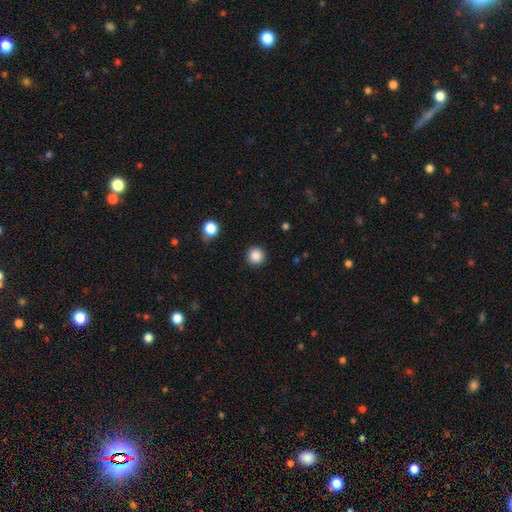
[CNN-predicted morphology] Smooth or featured: smooth — 87% (star or artifact — 10%)
How rounded: round — 95% (in between — 4%)
Merging: none — 91% (minor disturbance — 6%)